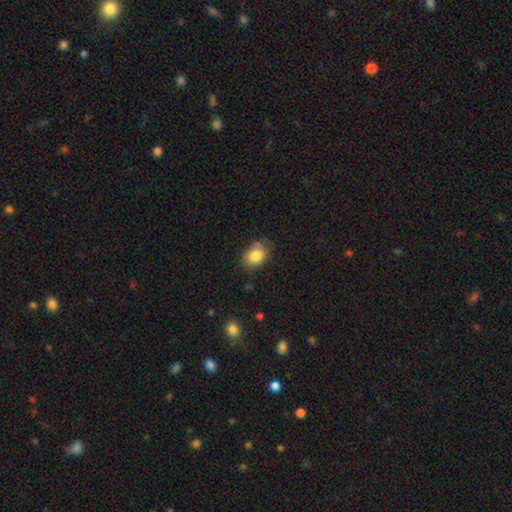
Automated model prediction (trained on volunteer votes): Morphology: type=smooth (83%); roundness=in between (63%); merging=none (68%).